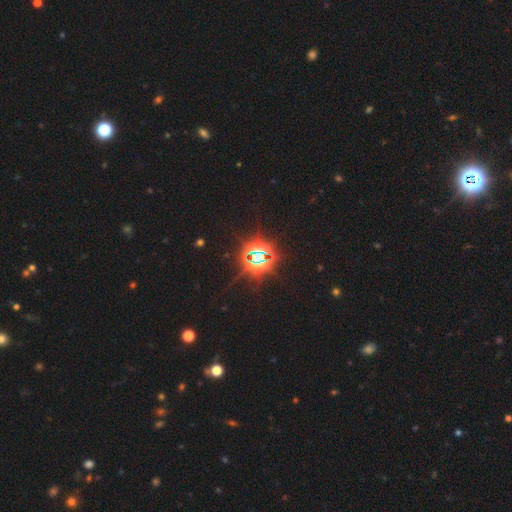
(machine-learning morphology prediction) A star or artifact, not a galaxy (83%).

Vote fractions:
- Smooth or featured? star or artifact: 83% / smooth: 9% / featured or disk: 8%